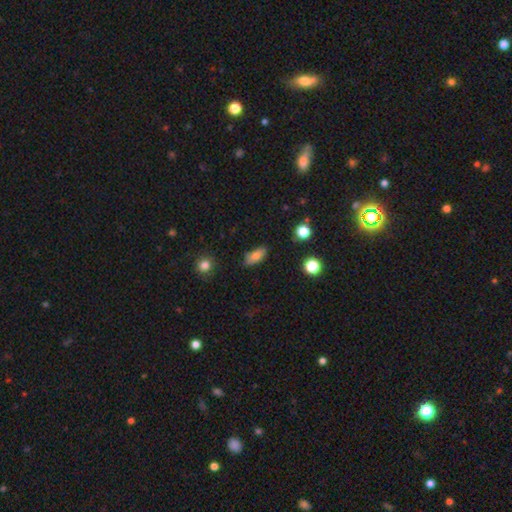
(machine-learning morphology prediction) Smooth or featured: smooth — 80% (featured or disk — 11%)
How rounded: in between — 81% (cigar-shaped — 15%)
Merging: none — 78% (minor disturbance — 16%)